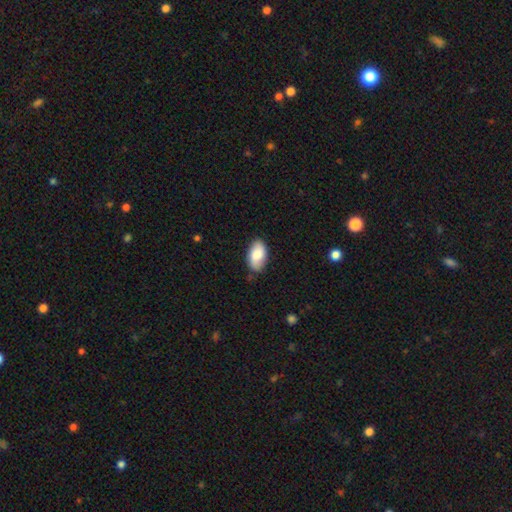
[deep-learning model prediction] Morphology: type=smooth (78%); roundness=in between (94%); merging=none (80%).